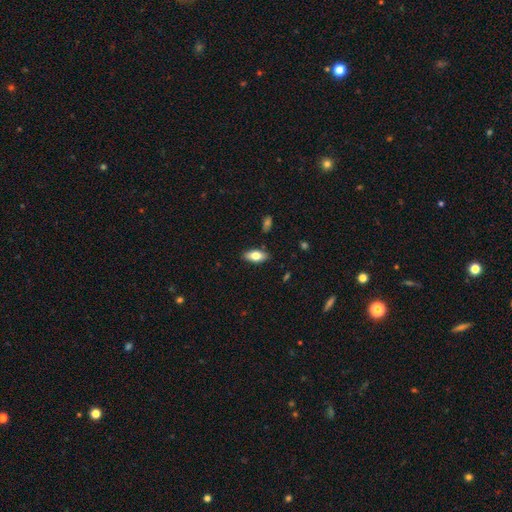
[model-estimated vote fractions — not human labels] Smooth or featured: smooth — 73% (featured or disk — 21%)
How rounded: in between — 86% (cigar-shaped — 11%)
Merging: none — 86% (minor disturbance — 10%)